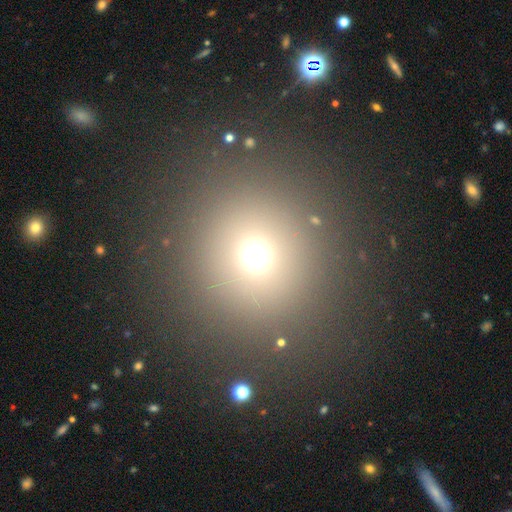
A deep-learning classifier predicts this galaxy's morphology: Overall: smooth (65%; star or artifact 26%). How rounded: round (93%). Merging: none (88%).